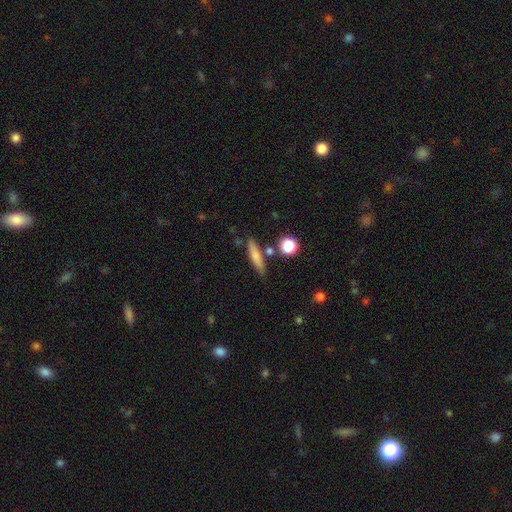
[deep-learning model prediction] smooth-or-featured: smooth: 71% | featured or disk: 21% | star or artifact: 8%
  how-rounded: cigar-shaped: 80% | in between: 16% | round: 4%
  merging: none: 78% | minor disturbance: 12% | merger: 7% | major disturbance: 3%